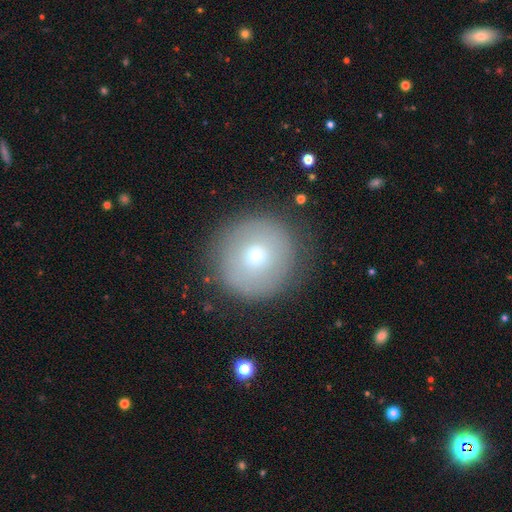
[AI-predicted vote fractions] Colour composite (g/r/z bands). It shows a smooth galaxy with no disk features (67%) that is round (96%). Merging: none (86%).